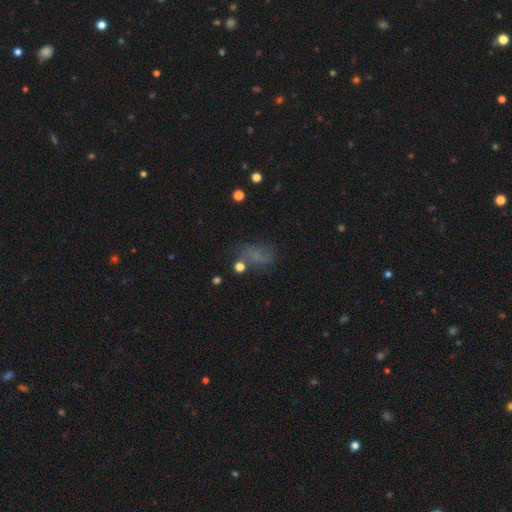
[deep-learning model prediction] smooth 47%, featured or disk 28%, star or artifact 25%. Down the decision tree: merging — none (48%).